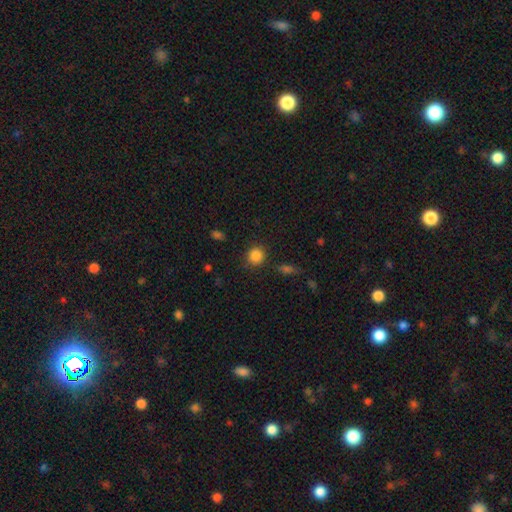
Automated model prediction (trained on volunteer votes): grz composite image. It shows a smooth galaxy with no disk features (85%) that is round (90%). Merging: none (86%).